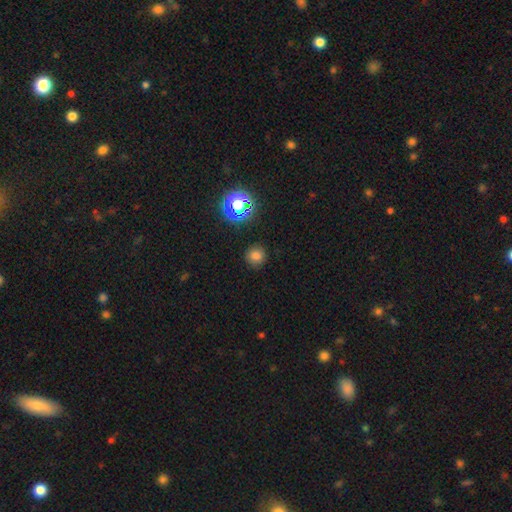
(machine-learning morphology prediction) Q: Smooth or featured?
A: smooth (74%); runner-up: star or artifact (20%)
Q: How rounded?
A: round (92%); runner-up: in between (7%)
Q: Merging?
A: none (88%); runner-up: minor disturbance (8%)